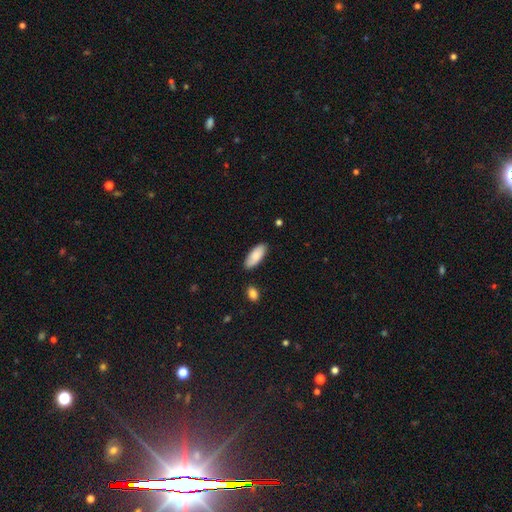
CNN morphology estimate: The model was most divided on "how rounded": in between: 81%, cigar-shaped: 18%, round: 2%. More confident: smooth or featured — smooth (85%); merging — none (84%).